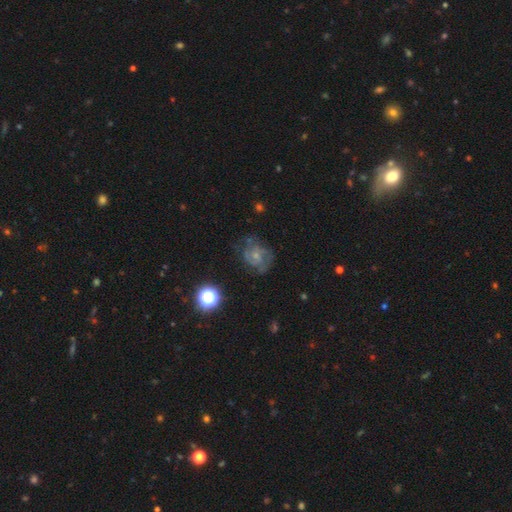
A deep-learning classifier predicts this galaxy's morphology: featured or disk 63%, smooth 24%, star or artifact 13%. Down the decision tree: edge-on disk — no (98%); bar — no (71%); spiral arms — yes (82%); spiral arm count — 2 (43%); spiral winding — medium (45%); bulge size — small (63%); merging — none (59%).